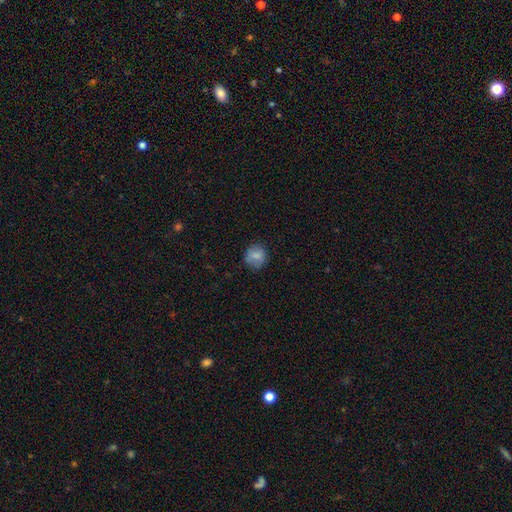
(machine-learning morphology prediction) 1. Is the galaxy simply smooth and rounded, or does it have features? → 81% smooth, 10% featured or disk, 9% star or artifact.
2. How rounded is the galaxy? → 80% round, 19% in between, 1% cigar-shaped.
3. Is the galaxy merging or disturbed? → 79% none, 16% minor disturbance, 4% major disturbance, 1% merger.